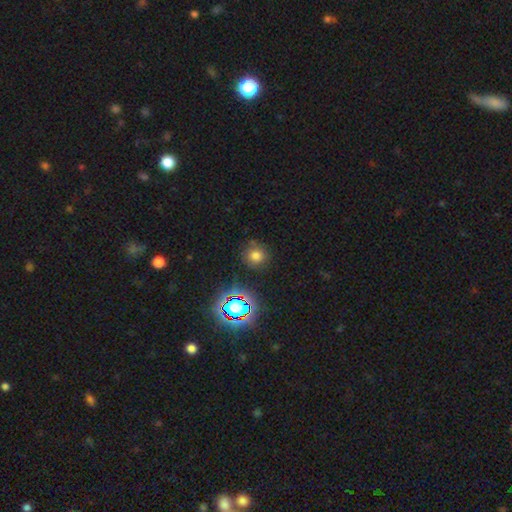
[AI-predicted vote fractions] Overall: smooth (68%). How rounded: round (92%). Merging: none (83%).